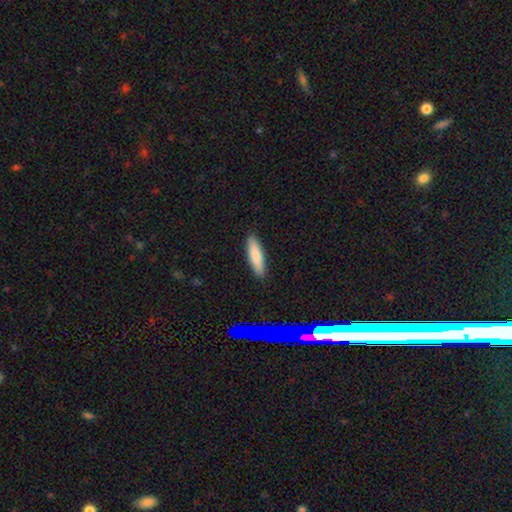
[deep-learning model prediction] Smooth or featured? Predicted: smooth (p=0.81). How rounded? Predicted: cigar-shaped (p=0.72). Merging? Predicted: none (p=0.90).